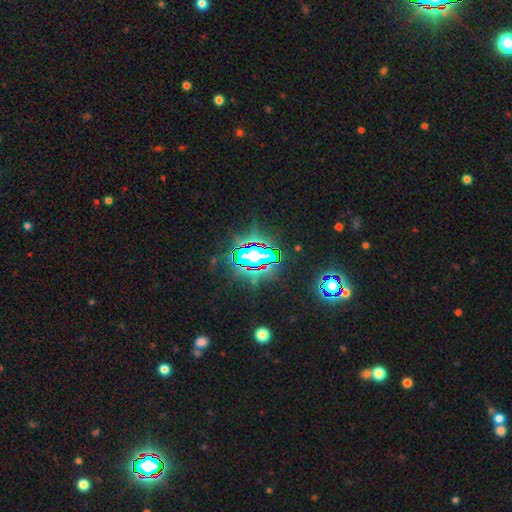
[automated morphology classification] Smooth or featured? Predicted: star or artifact (p=0.80).